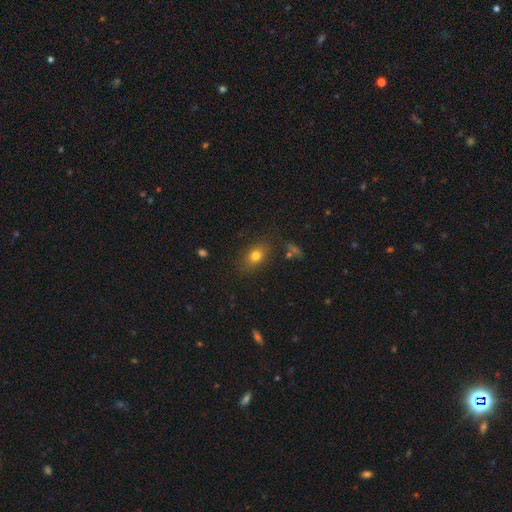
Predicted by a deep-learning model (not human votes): smooth 78%, star or artifact 12%, featured or disk 11%. Down the decision tree: how rounded — in between (71%); merging — none (80%).